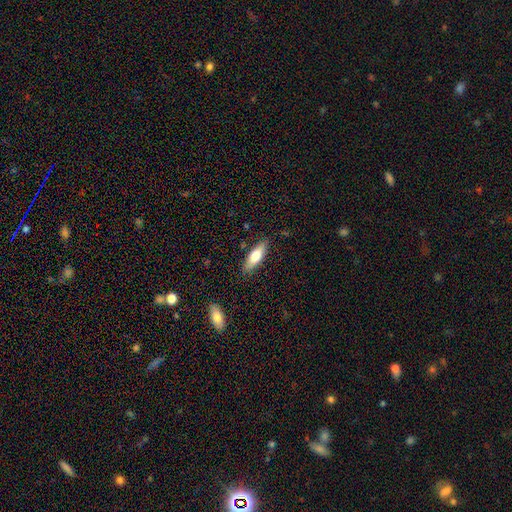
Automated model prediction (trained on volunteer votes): A smooth galaxy with no disk features (71%) that is in between round and cigar-shaped (55%).

Vote fractions:
- Smooth or featured? smooth: 71% / featured or disk: 23% / star or artifact: 6%
- How rounded? in between: 55% / cigar-shaped: 43% / round: 2%
- Merging? none: 85% / minor disturbance: 11% / major disturbance: 2% / merger: 2%